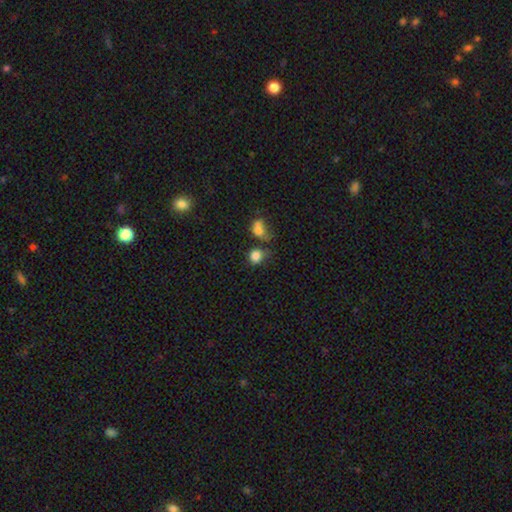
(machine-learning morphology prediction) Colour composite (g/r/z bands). It shows a smooth galaxy with no disk features (81%) that is round (77%). Merging: none (52%).